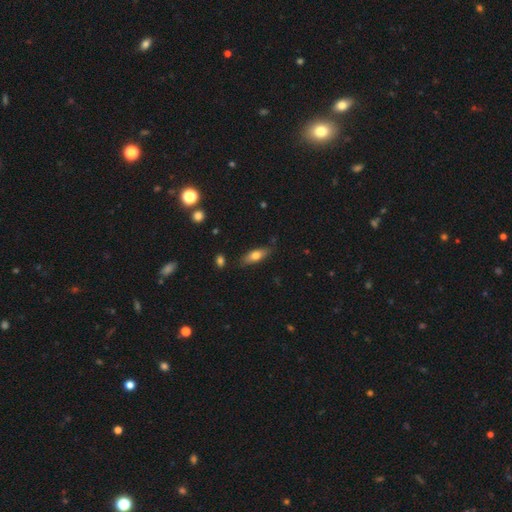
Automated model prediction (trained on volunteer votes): This is likely a smooth galaxy (68%). How rounded: likely in between (65%). Merging: likely none (80%).